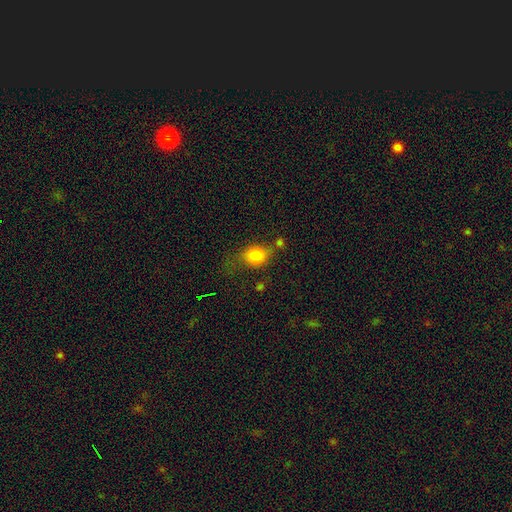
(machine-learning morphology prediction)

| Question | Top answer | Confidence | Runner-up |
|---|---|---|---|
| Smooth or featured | smooth | 79% | star or artifact (11%) |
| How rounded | round | 53% | in between (46%) |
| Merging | none | 58% | minor disturbance (23%) |